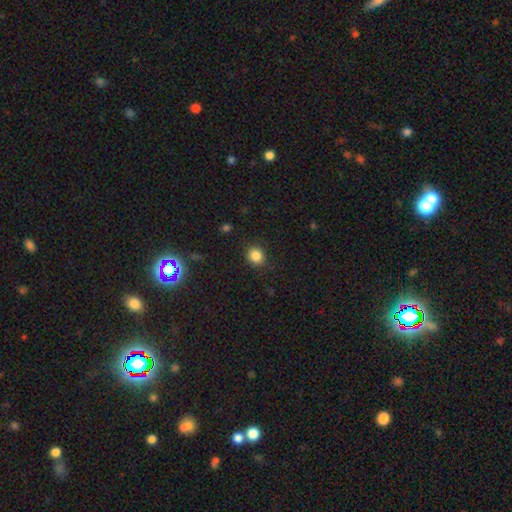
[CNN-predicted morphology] smooth_or_featured: smooth (p=0.84) [alt: star or artifact p=0.11]
how_rounded: round (p=0.75) [alt: in between p=0.24]
merging: none (p=0.87) [alt: minor disturbance p=0.09]